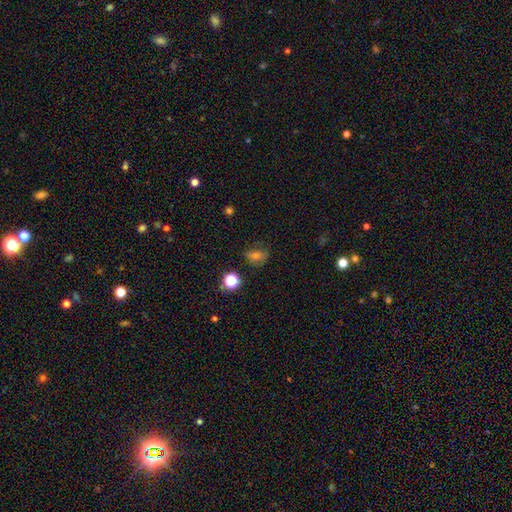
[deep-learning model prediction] Smooth or featured? smooth (59%)
How rounded? round (51%)
Merging? none (65%)